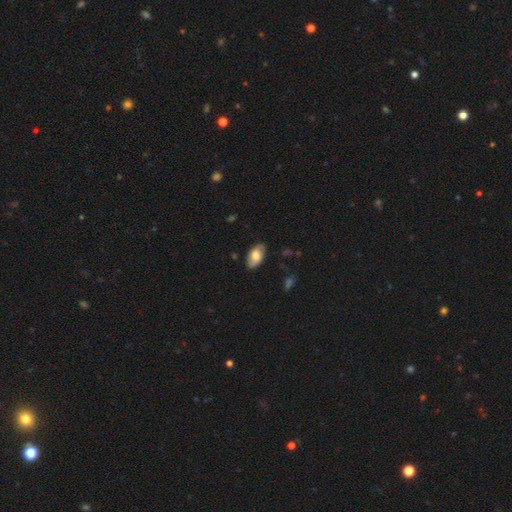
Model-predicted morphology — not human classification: This is likely a smooth galaxy (71%). How rounded: clearly in between (94%). Merging: clearly none (82%).